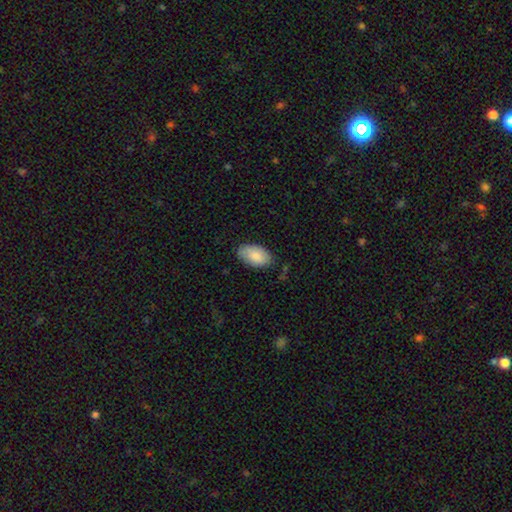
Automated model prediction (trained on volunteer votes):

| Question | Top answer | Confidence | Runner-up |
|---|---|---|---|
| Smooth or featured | smooth | 86% | featured or disk (8%) |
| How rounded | in between | 95% | round (4%) |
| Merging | none | 79% | minor disturbance (17%) |